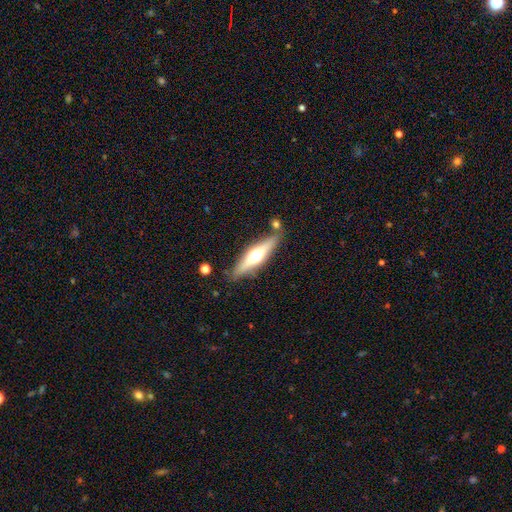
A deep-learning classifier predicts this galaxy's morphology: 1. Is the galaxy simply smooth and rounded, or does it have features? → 62% featured or disk, 32% smooth, 5% star or artifact.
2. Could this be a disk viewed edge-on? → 94% yes, 6% no.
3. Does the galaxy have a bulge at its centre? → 94% rounded, 3% boxy, 2% none.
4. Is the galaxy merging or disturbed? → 82% none, 11% minor disturbance, 5% merger, 3% major disturbance.